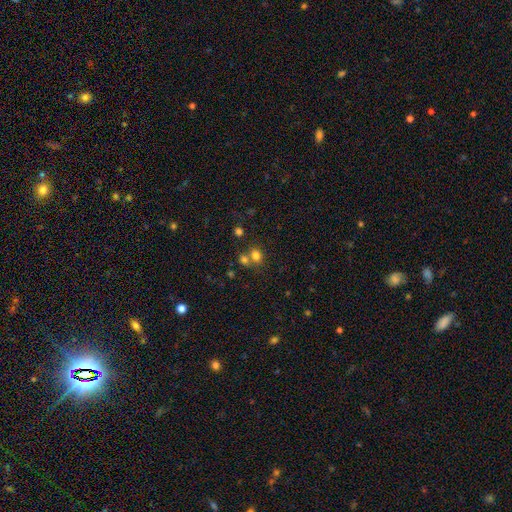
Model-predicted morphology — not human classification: type=smooth (77%); roundness=round (60%); merging=none (50%).